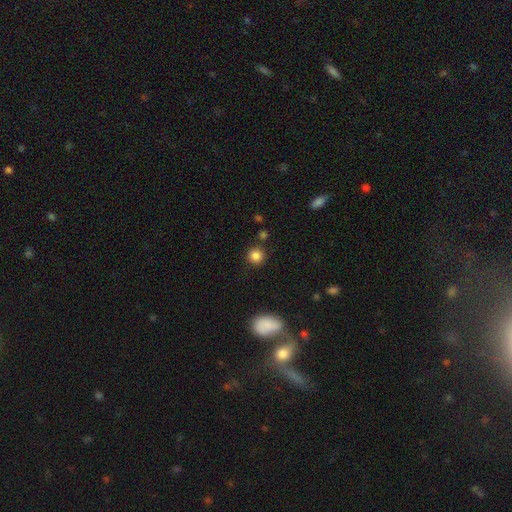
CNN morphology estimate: smooth_or_featured: smooth (p=0.84) [alt: star or artifact p=0.11]
how_rounded: round (p=0.91) [alt: in between p=0.08]
merging: none (p=0.85) [alt: minor disturbance p=0.08]